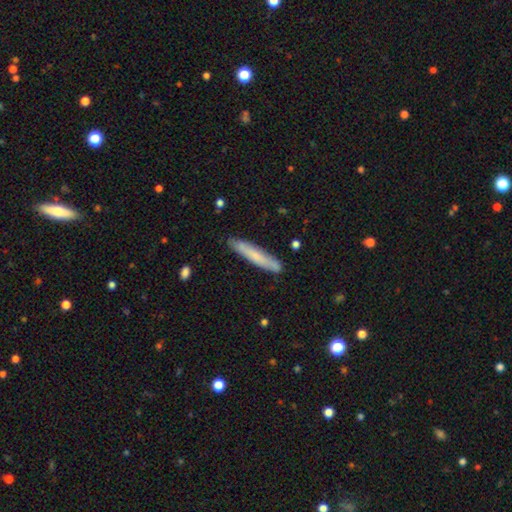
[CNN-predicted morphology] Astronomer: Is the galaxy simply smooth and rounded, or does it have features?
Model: smooth — 67%.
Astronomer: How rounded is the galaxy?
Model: cigar-shaped — 94%.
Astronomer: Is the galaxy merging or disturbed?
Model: none — 85%.